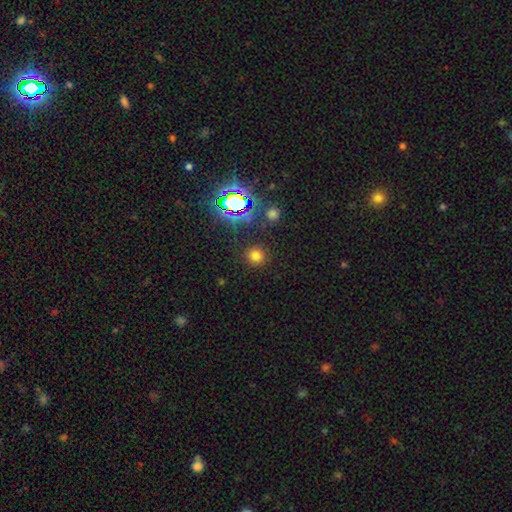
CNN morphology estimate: smooth_or_featured: smooth (p=0.71) [alt: star or artifact p=0.23]
how_rounded: round (p=0.93) [alt: in between p=0.06]
merging: none (p=0.89) [alt: minor disturbance p=0.06]